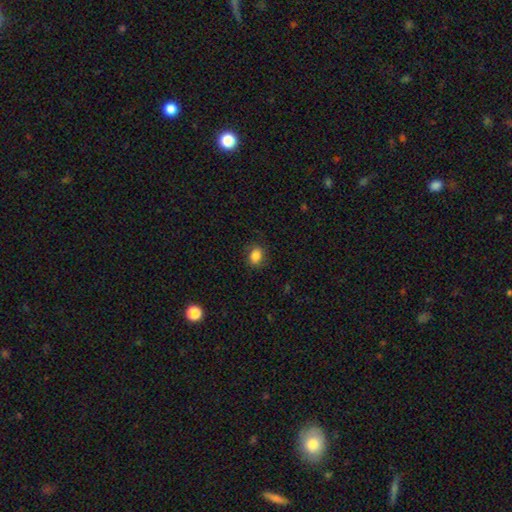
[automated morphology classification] A smooth galaxy with no disk features (84%) that is in between round and cigar-shaped (60%). Merging: none (83%).